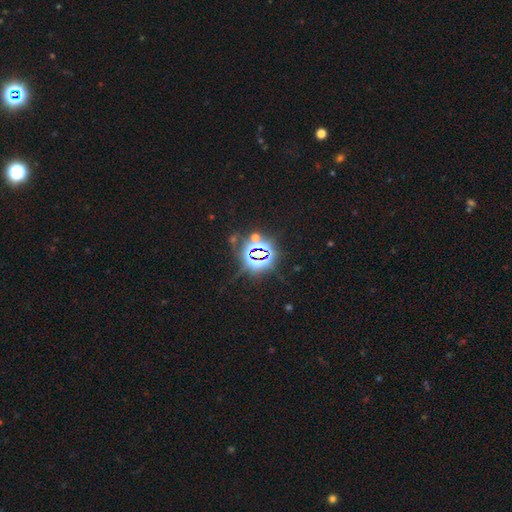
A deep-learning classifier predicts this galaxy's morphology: Smooth or featured? Predicted: star or artifact (p=0.80).